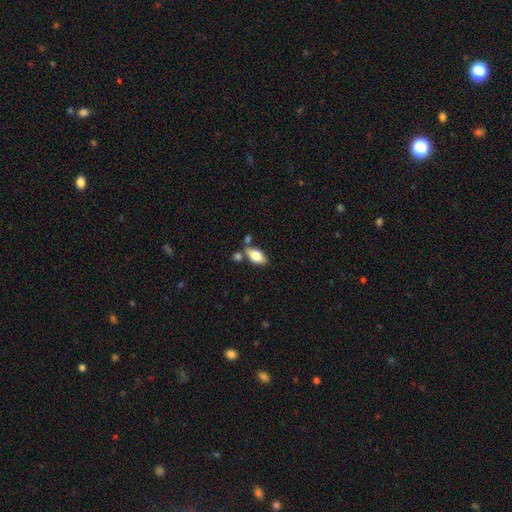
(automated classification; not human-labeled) smooth 72%, featured or disk 21%, star or artifact 7%. Down the decision tree: how rounded — in between (88%); merging — none (61%).